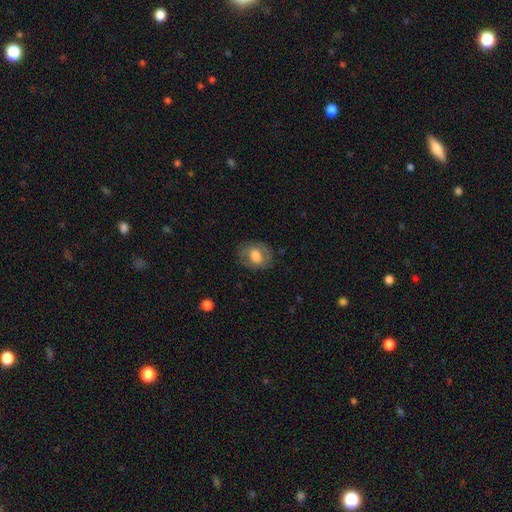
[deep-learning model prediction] smooth 62%, featured or disk 31%, star or artifact 8%. Down the decision tree: how rounded — in between (62%); merging — none (75%).